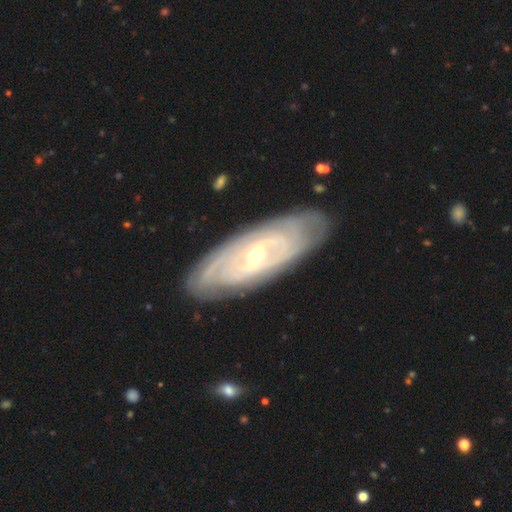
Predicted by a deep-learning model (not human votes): The model was most divided on "bulge size": small: 54%, moderate: 42%, large: 2%, none: 1%, dominant: 1%. Remaining: spiral arms — yes (87%); edge-on disk — no (87%); merging — none (83%); smooth or featured — featured or disk (83%); spiral winding — tight (70%); spiral arm count — can't tell (50%); bar — weak (44%).